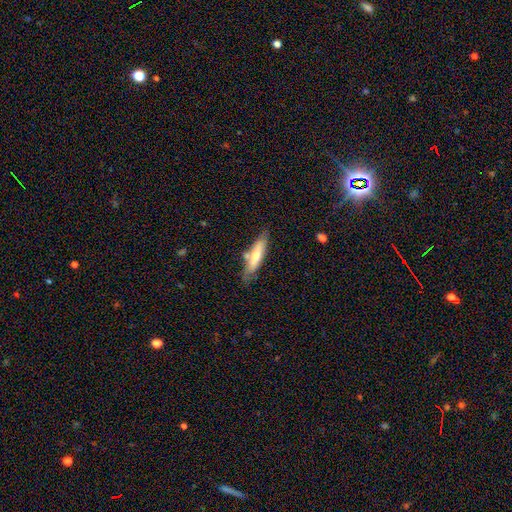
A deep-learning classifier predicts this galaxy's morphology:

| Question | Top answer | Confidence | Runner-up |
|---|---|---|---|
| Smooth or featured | smooth | 58% | featured or disk (36%) |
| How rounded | cigar-shaped | 72% | in between (27%) |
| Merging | none | 66% | minor disturbance (20%) |